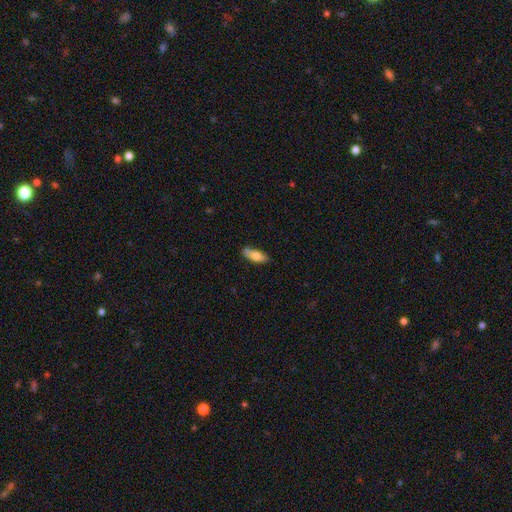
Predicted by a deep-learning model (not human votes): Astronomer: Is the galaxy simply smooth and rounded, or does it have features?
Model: smooth — 73%.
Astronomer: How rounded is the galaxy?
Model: in between — 63%.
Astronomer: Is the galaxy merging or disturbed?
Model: none — 71%.